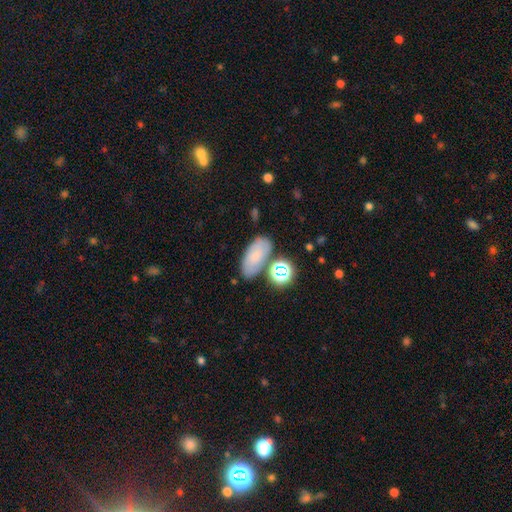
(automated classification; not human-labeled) Smooth or featured?
  - smooth: 68% *
  - featured or disk: 17%
  - star or artifact: 15%
How rounded?
  - in between: 86% *
  - round: 7%
  - cigar-shaped: 7%
Merging?
  - none: 70% *
  - minor disturbance: 15%
  - merger: 10%
  - major disturbance: 5%